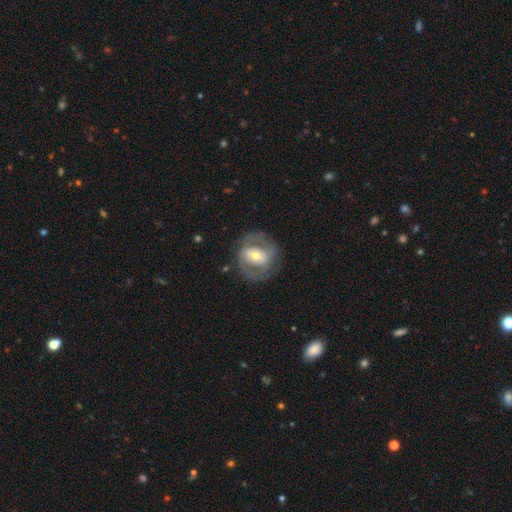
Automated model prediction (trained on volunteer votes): Q: Smooth or featured?
A: featured or disk (65%); runner-up: smooth (29%)
Q: Edge-on disk?
A: no (95%); runner-up: yes (5%)
Q: Bar?
A: no (47%); runner-up: weak (32%)
Q: Spiral arms?
A: yes (54%); runner-up: no (46%)
Q: Bulge size?
A: moderate (68%); runner-up: small (20%)
Q: Merging?
A: none (71%); runner-up: minor disturbance (15%)